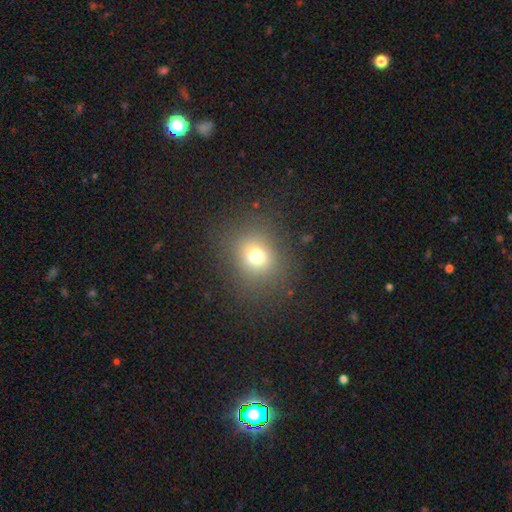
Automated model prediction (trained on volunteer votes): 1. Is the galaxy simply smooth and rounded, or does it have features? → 70% smooth, 18% star or artifact, 11% featured or disk.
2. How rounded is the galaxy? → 73% round, 26% in between, 1% cigar-shaped.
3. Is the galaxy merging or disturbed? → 83% none, 9% minor disturbance, 6% major disturbance, 1% merger.